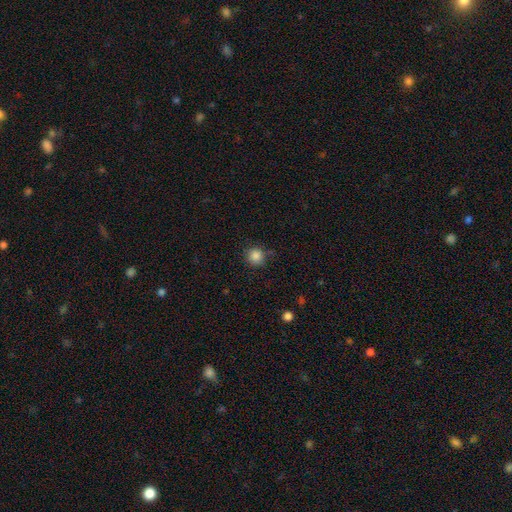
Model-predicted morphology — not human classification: Overall: smooth (86%). How rounded: round (92%). Merging: none (84%).